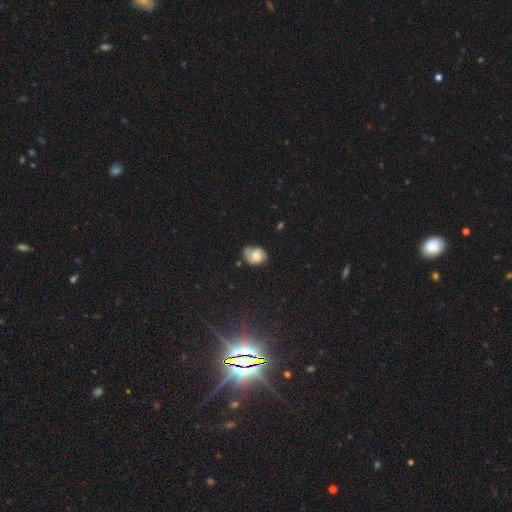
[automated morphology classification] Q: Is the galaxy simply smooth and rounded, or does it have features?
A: smooth — 56%.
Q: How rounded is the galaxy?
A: in between — 60%.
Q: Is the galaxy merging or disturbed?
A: none — 49%.